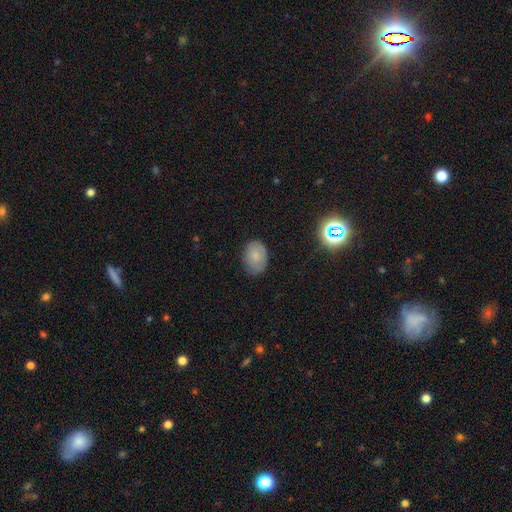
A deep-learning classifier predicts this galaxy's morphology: Smooth or featured? smooth (77%)
How rounded? in between (81%)
Merging? none (78%)